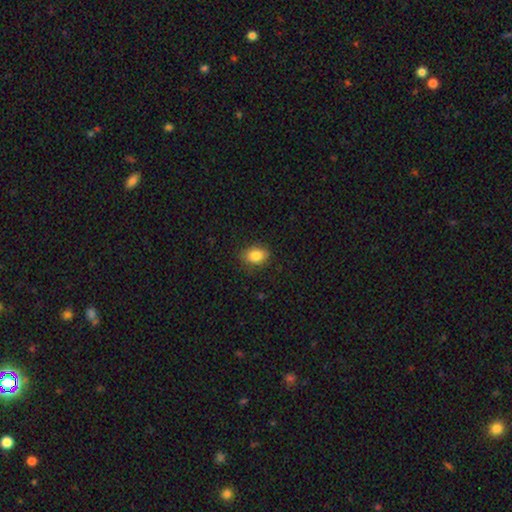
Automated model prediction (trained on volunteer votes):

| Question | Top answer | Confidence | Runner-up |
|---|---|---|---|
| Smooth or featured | smooth | 84% | star or artifact (9%) |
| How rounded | in between | 75% | round (24%) |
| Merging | none | 81% | minor disturbance (15%) |